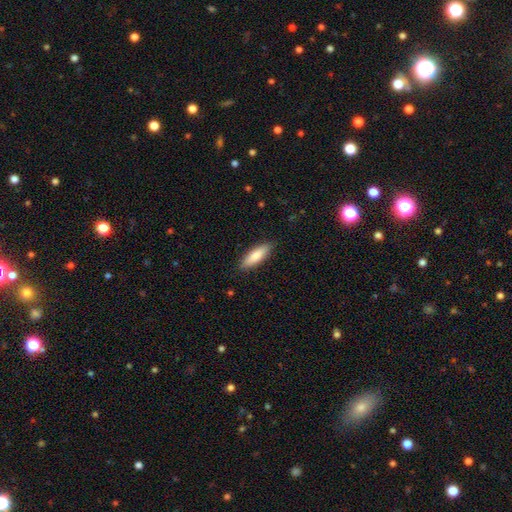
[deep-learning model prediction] This appears to be a smooth galaxy with no disk features (79%) that is cigar-shaped (53%). Merging: none (87%).